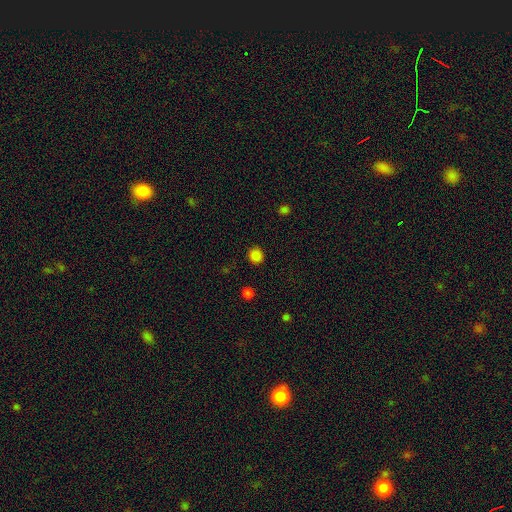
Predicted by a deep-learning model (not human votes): Overall: smooth (85%). How rounded: round (90%). Merging: none (91%).